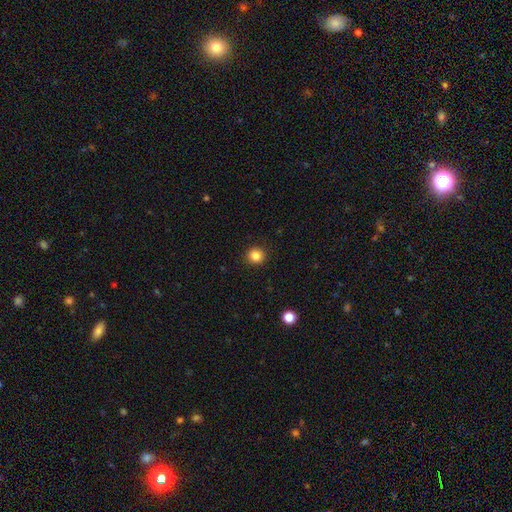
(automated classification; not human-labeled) Smooth or featured: smooth — 84% (star or artifact — 11%)
How rounded: round — 91% (in between — 8%)
Merging: none — 92% (minor disturbance — 5%)